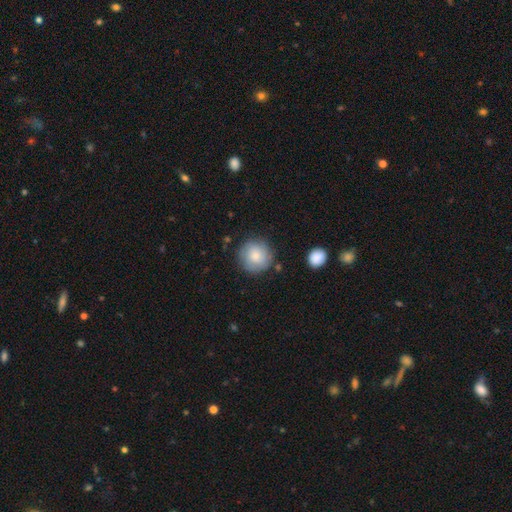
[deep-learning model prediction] A smooth galaxy with no disk features (78%) that is round (94%).

Vote fractions:
- Smooth or featured? smooth: 78% / featured or disk: 15% / star or artifact: 7%
- How rounded? round: 94% / in between: 5% / cigar-shaped: 1%
- Merging? none: 83% / minor disturbance: 12% / major disturbance: 3% / merger: 2%